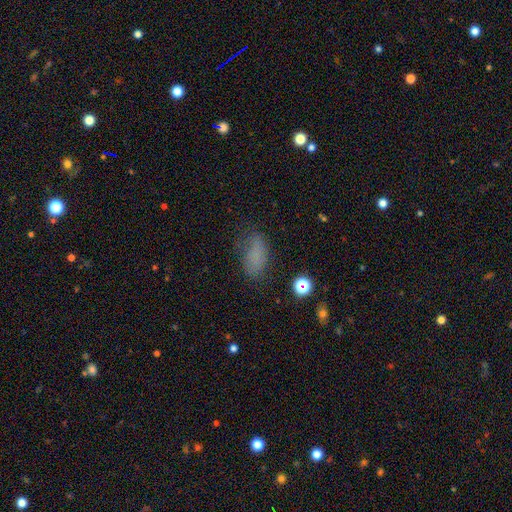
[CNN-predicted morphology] Overall: smooth (74%). How rounded: in between (88%). Merging: none (65%).